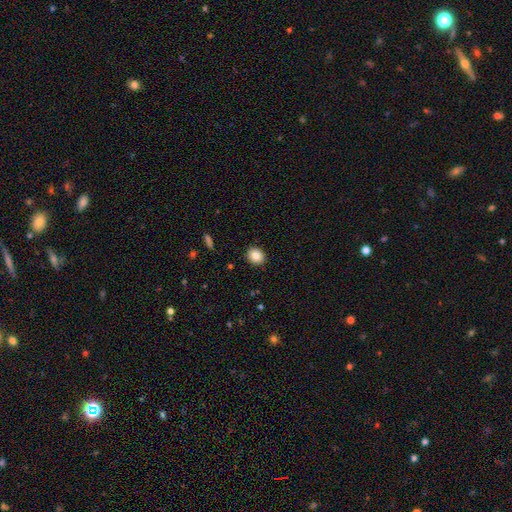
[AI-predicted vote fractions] smooth 84%, star or artifact 9%, featured or disk 7%. Down the decision tree: how rounded — round (76%); merging — none (91%).